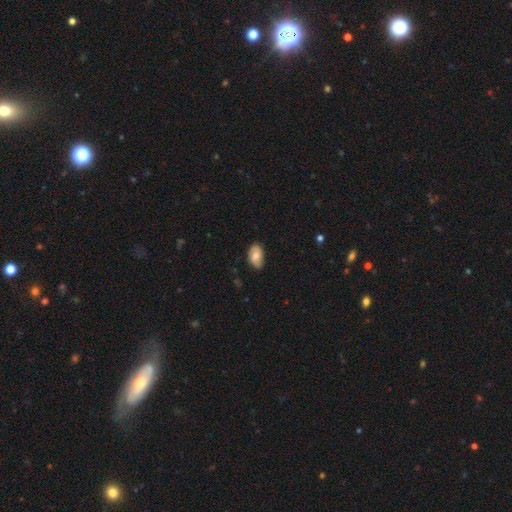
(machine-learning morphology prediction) Q: Smooth or featured?
A: smooth (65%); runner-up: featured or disk (28%)
Q: How rounded?
A: in between (91%); runner-up: round (7%)
Q: Merging?
A: none (77%); runner-up: minor disturbance (19%)